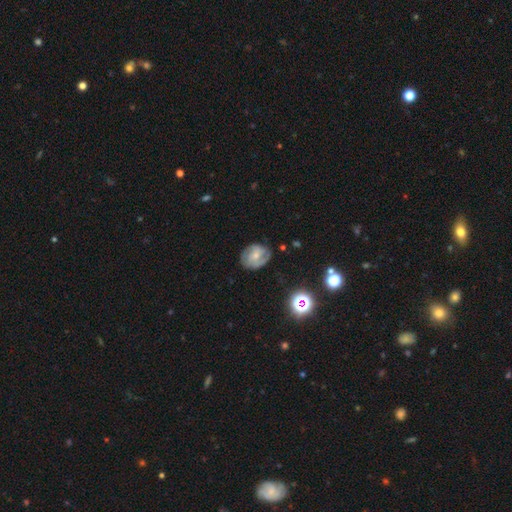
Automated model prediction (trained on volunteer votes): smooth-or-featured: featured or disk: 58% | smooth: 32% | star or artifact: 9%
  disk-edge-on: no: 97% | yes: 3%
    bar: no: 47% | weak: 40% | strong: 12%
    has-spiral-arms: yes: 81% | no: 19%
    bulge-size: small: 56% | moderate: 37% | none: 5% | large: 2% | dominant: 1%
  merging: none: 70% | minor disturbance: 21% | major disturbance: 7% | merger: 2%